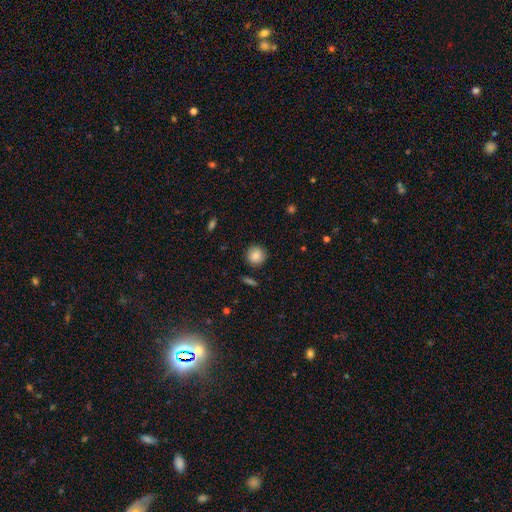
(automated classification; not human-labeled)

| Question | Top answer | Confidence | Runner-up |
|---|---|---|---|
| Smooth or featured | smooth | 83% | star or artifact (9%) |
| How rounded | round | 93% | in between (6%) |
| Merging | none | 87% | minor disturbance (9%) |